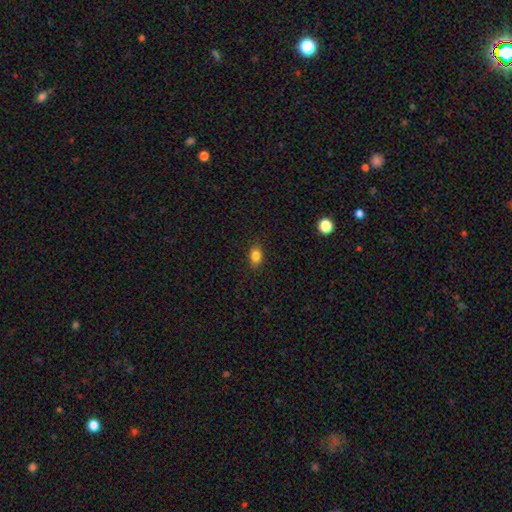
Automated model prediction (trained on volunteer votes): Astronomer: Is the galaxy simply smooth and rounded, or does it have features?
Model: smooth — 84%.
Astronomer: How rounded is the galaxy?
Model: in between — 76%.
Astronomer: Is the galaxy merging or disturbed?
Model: none — 88%.